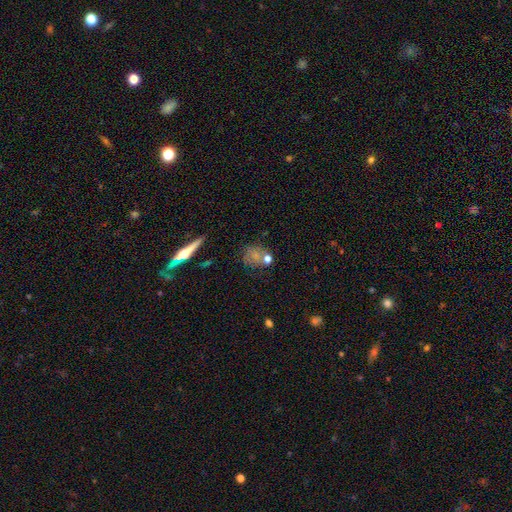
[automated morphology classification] Q: Smooth or featured?
A: smooth (66%); runner-up: featured or disk (20%)
Q: How rounded?
A: round (67%); runner-up: in between (29%)
Q: Merging?
A: none (53%); runner-up: minor disturbance (19%)